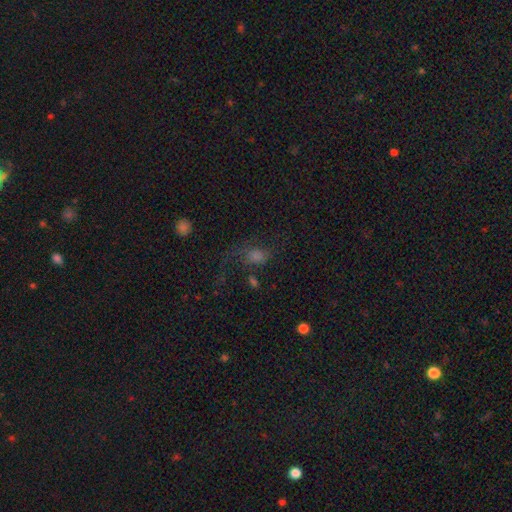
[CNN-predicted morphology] A smooth galaxy with no disk features (48%). Merging: none (41%).